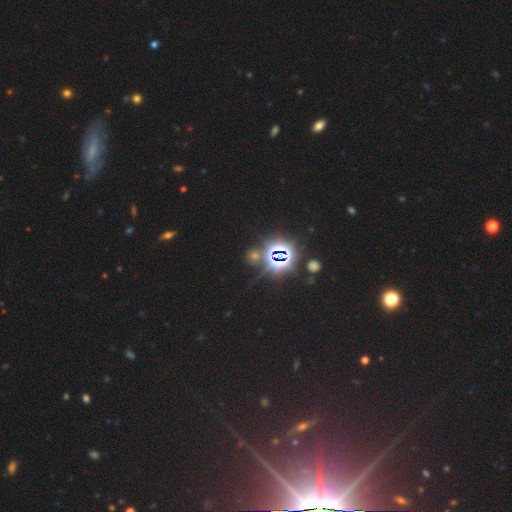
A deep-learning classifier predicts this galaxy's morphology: A star or artifact, not a galaxy (79%).